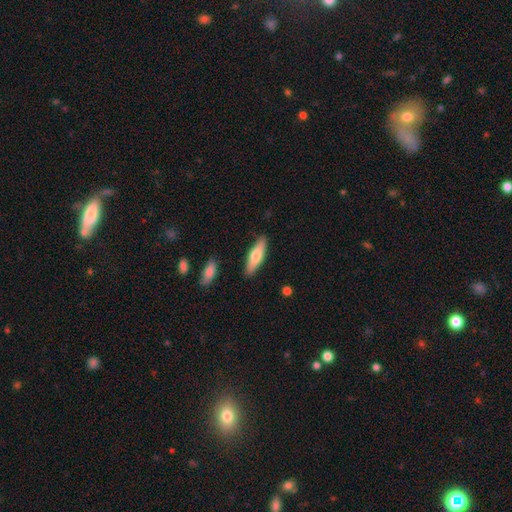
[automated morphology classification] smooth-or-featured: smooth: 63% | featured or disk: 31% | star or artifact: 6%
  how-rounded: cigar-shaped: 56% | in between: 42% | round: 2%
  merging: none: 87% | minor disturbance: 9% | merger: 2% | major disturbance: 2%